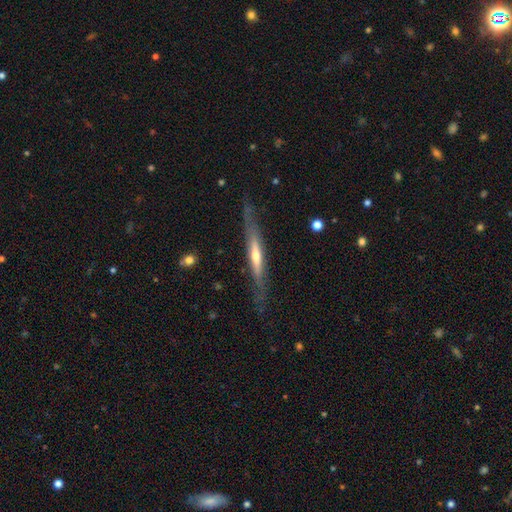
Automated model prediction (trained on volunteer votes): Smooth or featured?
  - featured or disk: 70% *
  - smooth: 25%
  - star or artifact: 5%
Edge-on disk?
  - yes: 91% *
  - no: 9%
Edge-on bulge?
  - rounded: 57% *
  - none: 33%
  - boxy: 10%
Merging?
  - none: 77% *
  - minor disturbance: 16%
  - major disturbance: 5%
  - merger: 2%